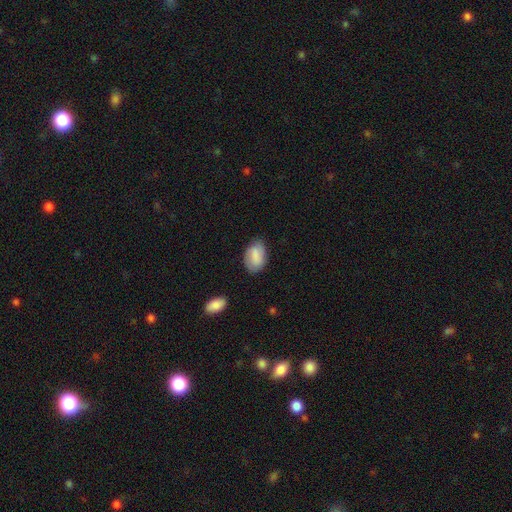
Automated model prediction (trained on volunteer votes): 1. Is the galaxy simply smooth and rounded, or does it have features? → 79% smooth, 15% featured or disk, 7% star or artifact.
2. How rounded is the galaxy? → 90% in between, 8% round, 1% cigar-shaped.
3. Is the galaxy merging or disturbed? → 72% none, 22% minor disturbance, 5% major disturbance, 2% merger.